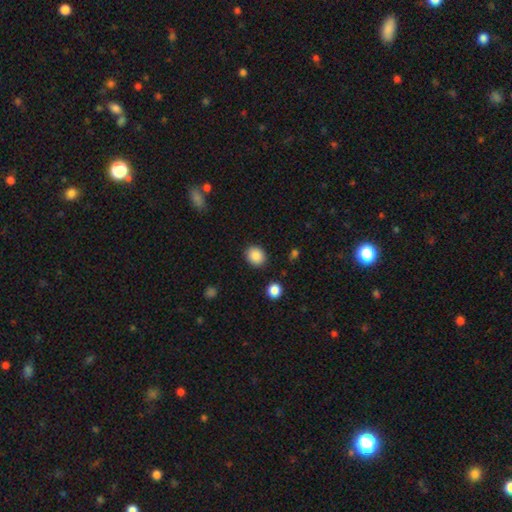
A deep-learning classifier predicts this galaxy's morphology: Smooth or featured? smooth (88%)
How rounded? round (67%)
Merging? none (88%)